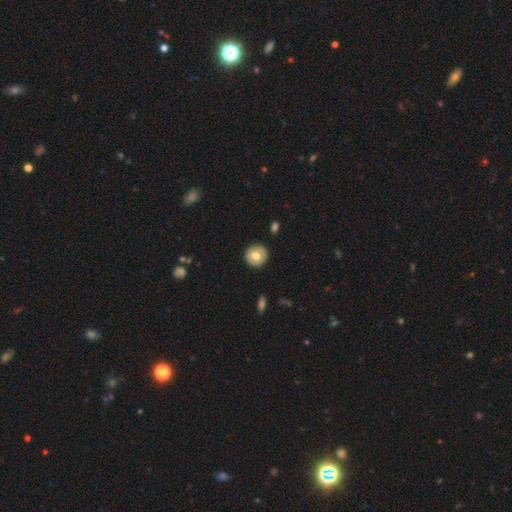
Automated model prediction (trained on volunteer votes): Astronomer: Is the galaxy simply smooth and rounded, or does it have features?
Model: smooth — 69%.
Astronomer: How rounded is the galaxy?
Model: round — 93%.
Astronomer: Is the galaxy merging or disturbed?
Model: none — 91%.